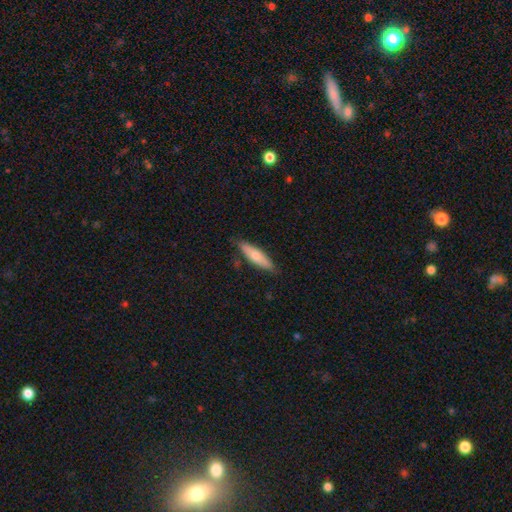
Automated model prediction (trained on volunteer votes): Smooth or featured? smooth (69%)
How rounded? cigar-shaped (64%)
Merging? none (80%)